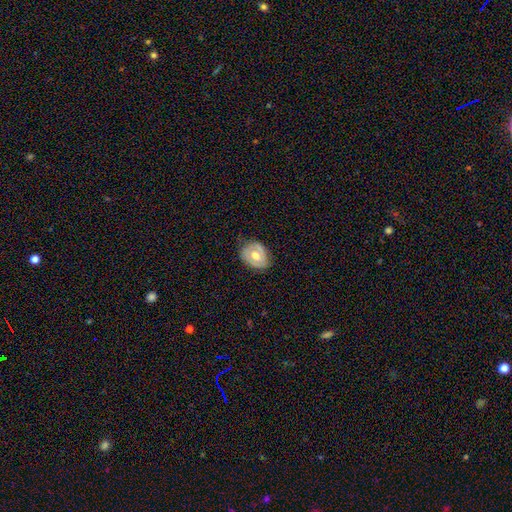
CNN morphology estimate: smooth-or-featured: smooth: 48% | featured or disk: 46% | star or artifact: 6%
  merging: none: 71% | minor disturbance: 22% | major disturbance: 6% | merger: 1%